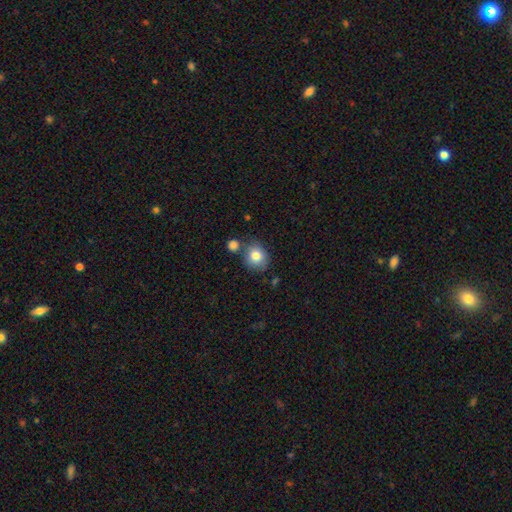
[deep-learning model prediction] A smooth galaxy with no disk features (81%) that is round (77%).

Vote fractions:
- Smooth or featured? smooth: 81% / star or artifact: 9% / featured or disk: 9%
- How rounded? round: 77% / in between: 23% / cigar-shaped: 1%
- Merging? none: 66% / merger: 16% / minor disturbance: 14% / major disturbance: 4%